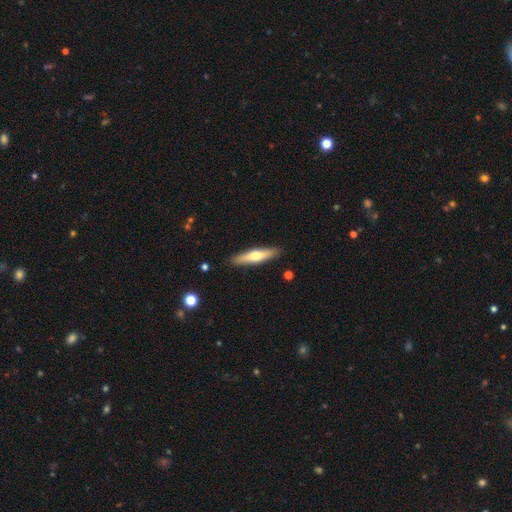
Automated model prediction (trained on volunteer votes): A smooth galaxy with no disk features (55%) that is cigar-shaped (81%).

Vote fractions:
- Smooth or featured? smooth: 55% / featured or disk: 40% / star or artifact: 5%
- How rounded? cigar-shaped: 81% / in between: 18% / round: 2%
- Merging? none: 89% / minor disturbance: 8% / major disturbance: 2% / merger: 1%